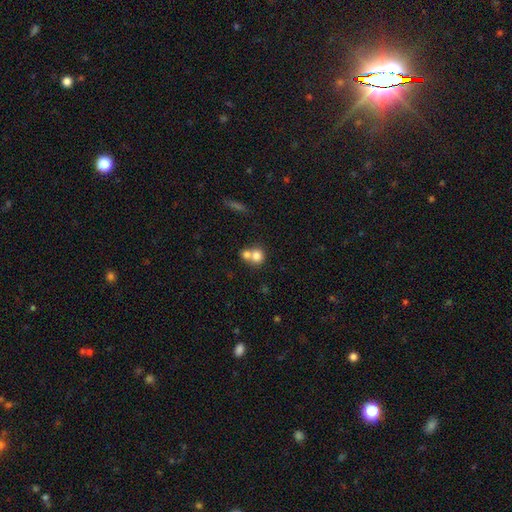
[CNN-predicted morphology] This appears to be a smooth galaxy with no disk features (77%) that is round (81%). Merging: merger (58%).